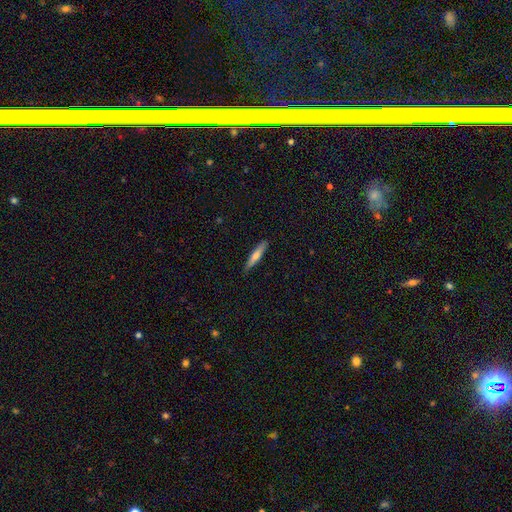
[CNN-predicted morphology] smooth_or_featured: smooth (p=0.57) [alt: featured or disk p=0.38]
how_rounded: cigar-shaped (p=0.90) [alt: in between p=0.08]
merging: none (p=0.89) [alt: minor disturbance p=0.08]